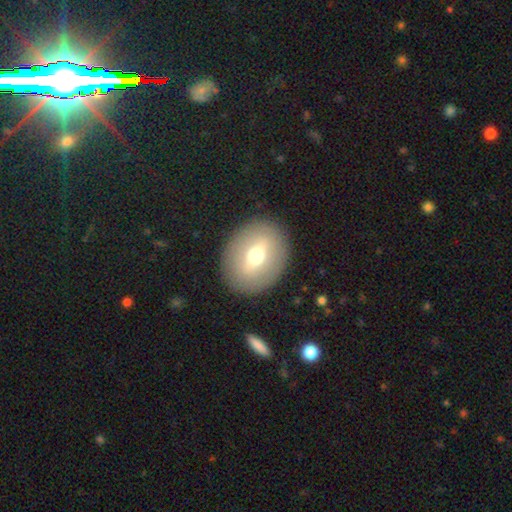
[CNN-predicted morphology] smooth 53%, featured or disk 38%, star or artifact 8%. Down the decision tree: how rounded — in between (54%); merging — none (87%).